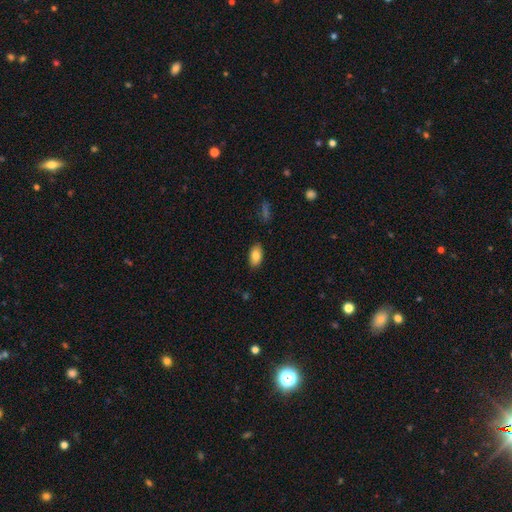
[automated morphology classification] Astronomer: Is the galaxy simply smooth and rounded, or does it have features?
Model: smooth — 84%.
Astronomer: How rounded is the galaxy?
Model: in between — 93%.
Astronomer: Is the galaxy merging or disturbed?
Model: none — 87%.